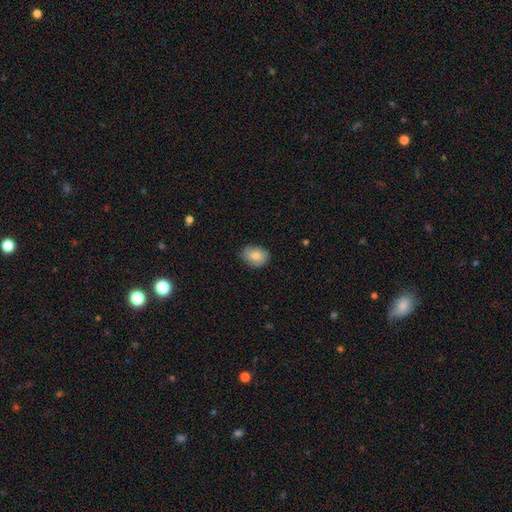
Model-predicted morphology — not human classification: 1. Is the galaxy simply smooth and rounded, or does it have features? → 73% smooth, 20% featured or disk, 7% star or artifact.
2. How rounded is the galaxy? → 66% in between, 33% round, 1% cigar-shaped.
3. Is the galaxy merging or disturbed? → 74% none, 21% minor disturbance, 4% major disturbance, 1% merger.